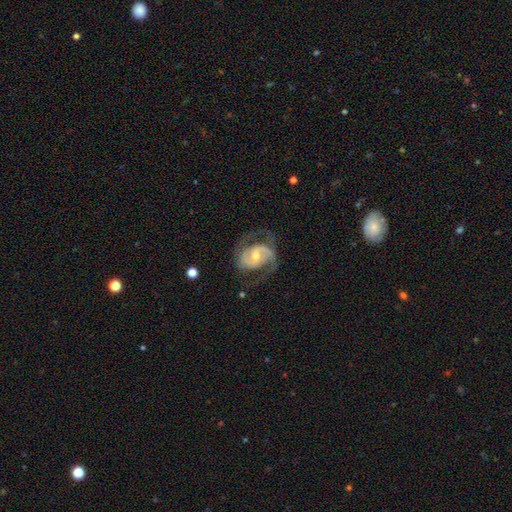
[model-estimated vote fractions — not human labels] smooth_or_featured: featured or disk (p=0.88) [alt: smooth p=0.07]
disk_edge_on: no (p=0.98) [alt: yes p=0.02]
bar: no (p=0.42) [alt: weak p=0.41]
has_spiral_arms: yes (p=0.96) [alt: no p=0.04]
spiral_winding: medium (p=0.56) [alt: tight p=0.23]
spiral_arm_count: 2 (p=0.89) [alt: can't tell p=0.04]
bulge_size: moderate (p=0.48) [alt: small p=0.47]
merging: none (p=0.70) [alt: minor disturbance p=0.16]